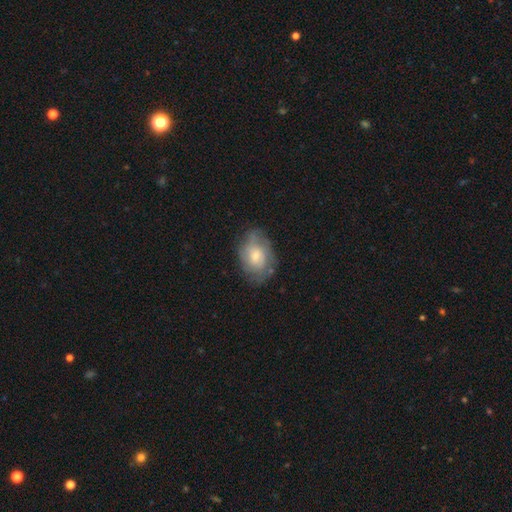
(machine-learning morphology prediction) Smooth or featured?
  - featured or disk: 47% *
  - smooth: 46%
  - star or artifact: 7%
Merging?
  - none: 66% *
  - minor disturbance: 23%
  - major disturbance: 9%
  - merger: 2%